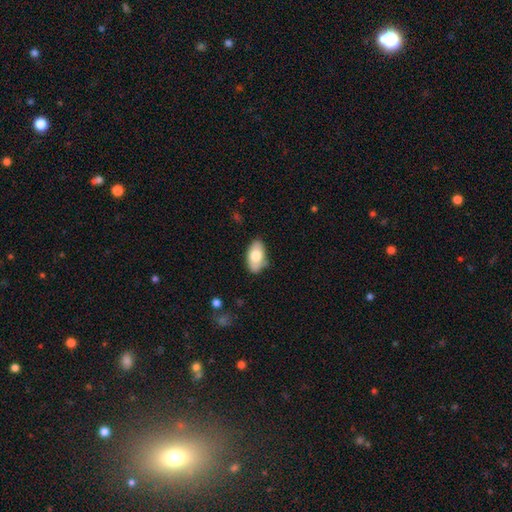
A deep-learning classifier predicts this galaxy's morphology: A smooth galaxy with no disk features (75%) that is in between round and cigar-shaped (94%). Merging: none (79%).